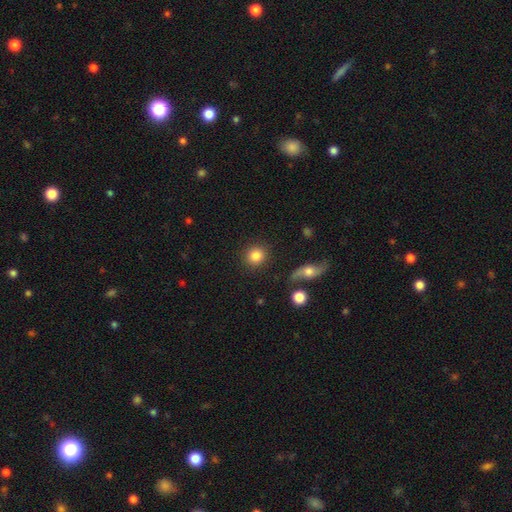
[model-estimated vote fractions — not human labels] Smooth or featured?
  - smooth: 84% *
  - star or artifact: 8%
  - featured or disk: 7%
How rounded?
  - round: 88% *
  - in between: 10%
  - cigar-shaped: 1%
Merging?
  - none: 88% *
  - minor disturbance: 6%
  - merger: 3%
  - major disturbance: 3%